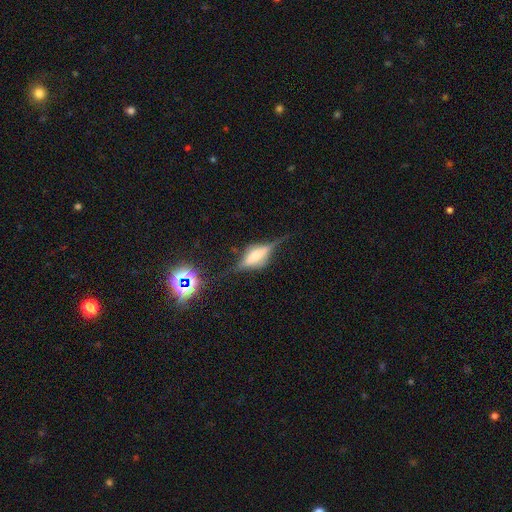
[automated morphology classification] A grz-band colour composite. It shows a featured or disk galaxy (73%) viewed edge-on (94%) with a rounded central bulge (52%). Merging: none (67%).